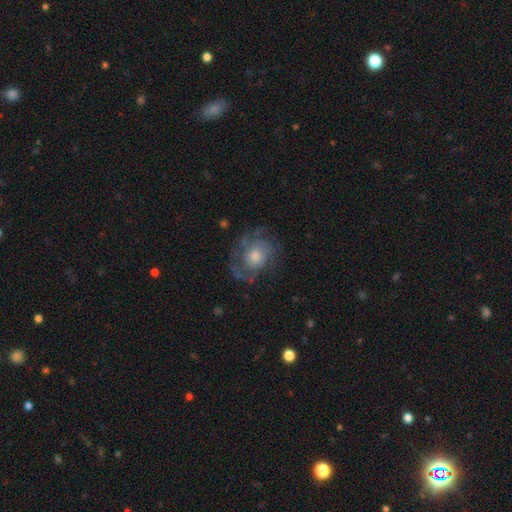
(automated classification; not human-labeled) A featured or disk galaxy (70%) with no bar (81%), tight (47%) spiral arms (83%) and a moderate central bulge (55%).

Vote fractions:
- Smooth or featured? featured or disk: 70% / smooth: 21% / star or artifact: 9%
- Edge-on disk? no: 97% / yes: 3%
- Bar? no: 81% / weak: 17% / strong: 3%
- Spiral arms? yes: 83% / no: 17%
- Spiral winding? tight: 47% / medium: 38% / loose: 15%
- Spiral arm count? can't tell: 39% / 2: 23% / 3: 19% / 4: 8% / 1: 6% / more than 4: 5%
- Bulge size? moderate: 55% / small: 27% / large: 14% / none: 3% / dominant: 2%
- Merging? none: 66% / minor disturbance: 18% / major disturbance: 15% / merger: 1%